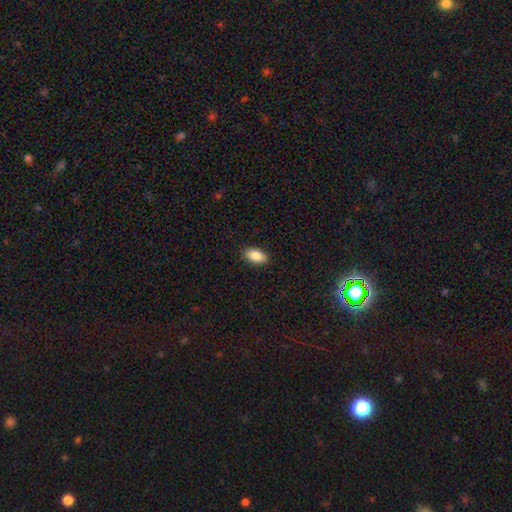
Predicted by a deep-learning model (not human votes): A smooth galaxy with no disk features (87%) that is in between round and cigar-shaped (93%).

Vote fractions:
- Smooth or featured? smooth: 87% / star or artifact: 7% / featured or disk: 6%
- How rounded? in between: 93% / round: 4% / cigar-shaped: 3%
- Merging? none: 90% / minor disturbance: 7% / major disturbance: 2% / merger: 1%